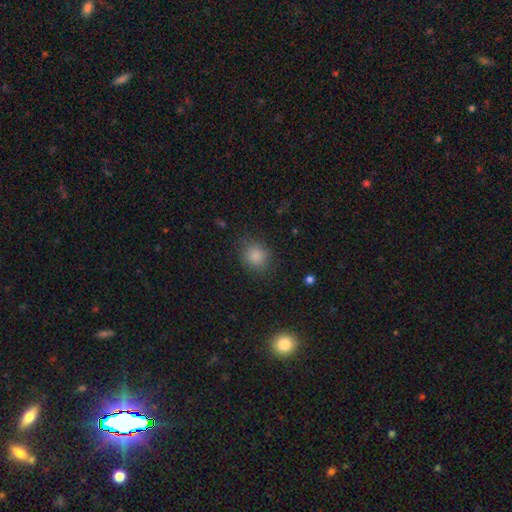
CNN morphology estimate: A smooth galaxy with no disk features (85%) that is round (71%). Merging: none (81%).